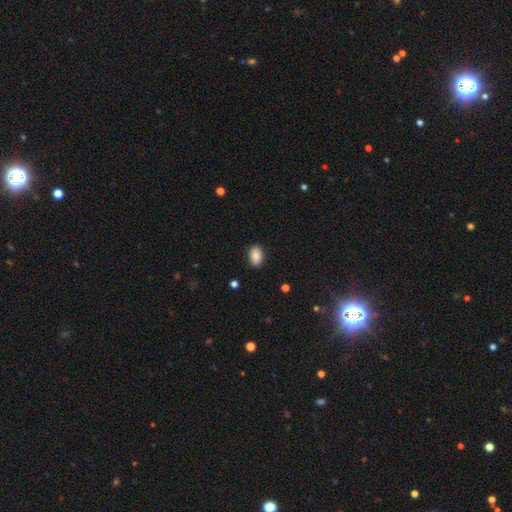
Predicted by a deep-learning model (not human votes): This appears to be a smooth galaxy with no disk features (81%) that is in between round and cigar-shaped (87%). Merging: none (86%).